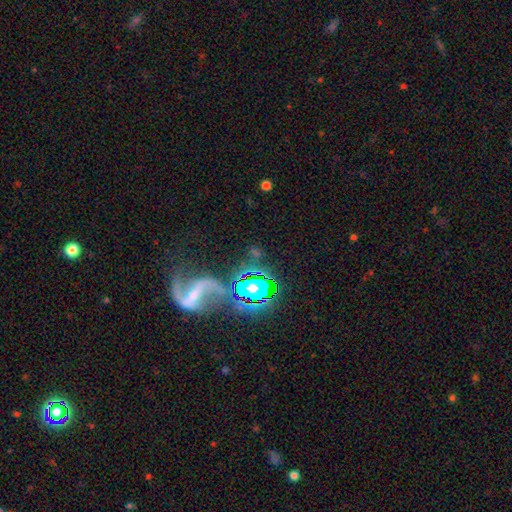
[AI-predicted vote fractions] Smooth or featured: featured or disk — 42% (star or artifact — 37%)
Merging: none — 61% (minor disturbance — 15%)